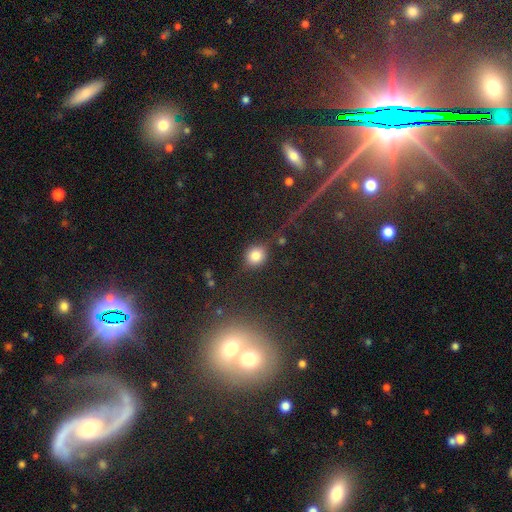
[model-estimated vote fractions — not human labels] A smooth galaxy with no disk features (80%) that is round (77%). Merging: none (77%).